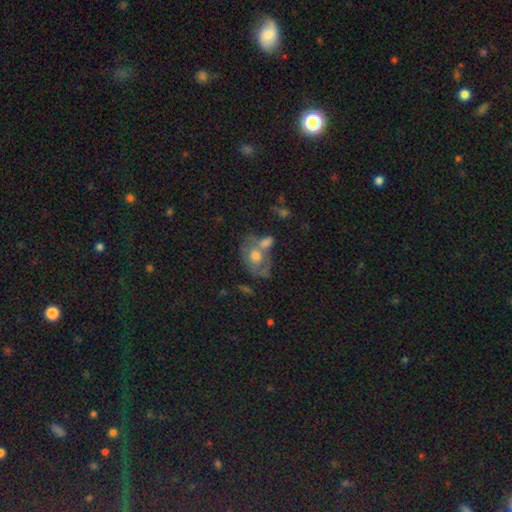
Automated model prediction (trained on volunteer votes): A smooth galaxy with no disk features (49%).

Vote fractions:
- Smooth or featured? smooth: 49% / featured or disk: 40% / star or artifact: 10%
- Merging? merger: 42% / none: 31% / minor disturbance: 16% / major disturbance: 11%